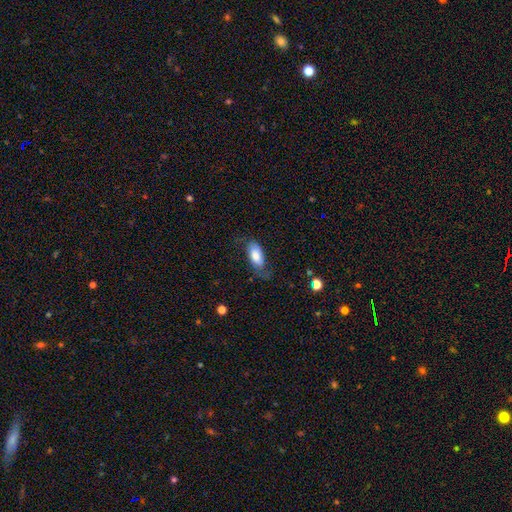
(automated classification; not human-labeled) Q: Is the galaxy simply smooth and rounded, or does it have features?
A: smooth — 67%.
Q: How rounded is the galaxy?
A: in between — 89%.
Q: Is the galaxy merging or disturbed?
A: none — 55%.